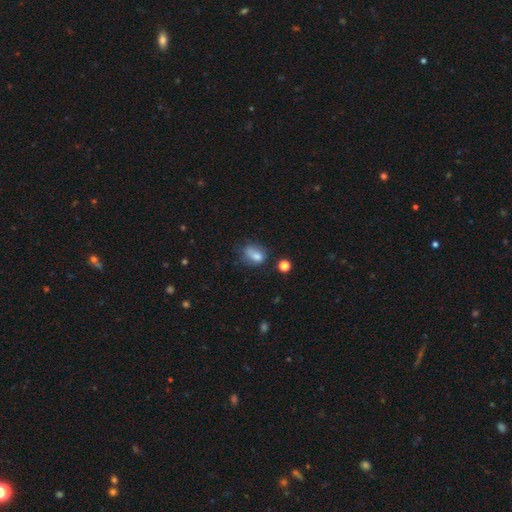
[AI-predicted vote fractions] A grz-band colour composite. It shows a smooth galaxy with no disk features (72%) that is in between round and cigar-shaped (65%). Merging: none (41%).